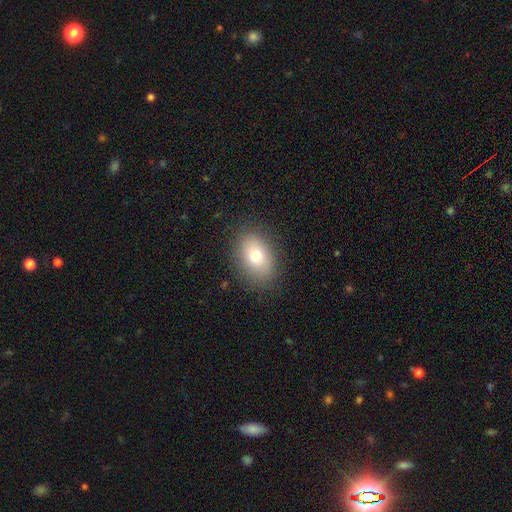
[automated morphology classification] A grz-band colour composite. It shows a smooth galaxy with no disk features (75%) that is in between round and cigar-shaped (74%). Merging: none (85%).